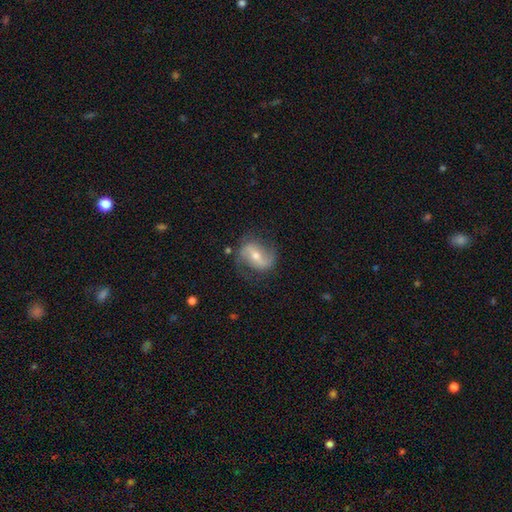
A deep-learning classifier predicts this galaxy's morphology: Overall: featured or disk (82%). Edge-on disk: no (96%). Bar: weak (38%; strong 37%). Spiral arms: yes (93%). Spiral arm count: 2 (90%). Spiral winding: loose (52%; medium 35%). Bulge size: moderate (56%; small 39%). Merging: none (75%).